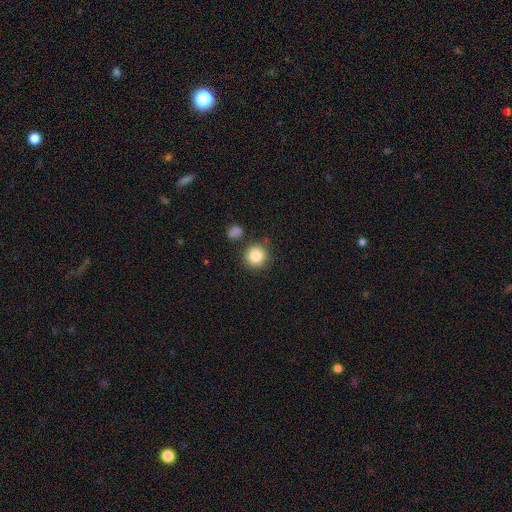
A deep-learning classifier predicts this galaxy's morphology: A smooth galaxy with no disk features (85%) that is round (93%). Merging: none (82%).